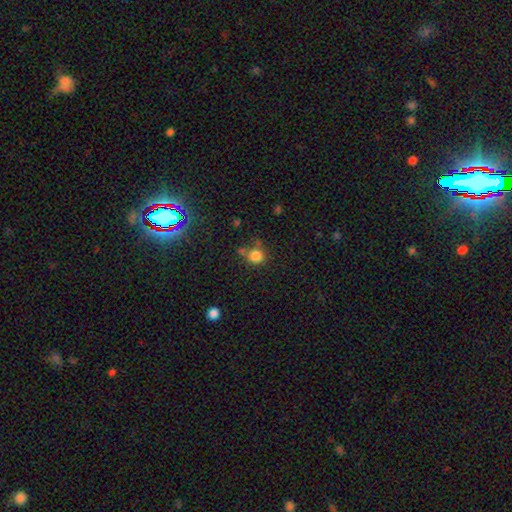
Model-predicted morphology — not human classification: smooth 81%, star or artifact 13%, featured or disk 6%. Down the decision tree: how rounded — round (84%); merging — none (59%).